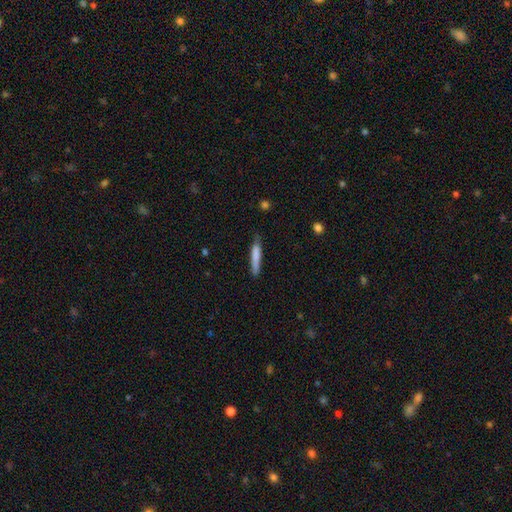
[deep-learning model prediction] Q: Smooth or featured?
A: smooth (75%); runner-up: featured or disk (19%)
Q: How rounded?
A: cigar-shaped (90%); runner-up: in between (9%)
Q: Merging?
A: none (71%); runner-up: minor disturbance (23%)